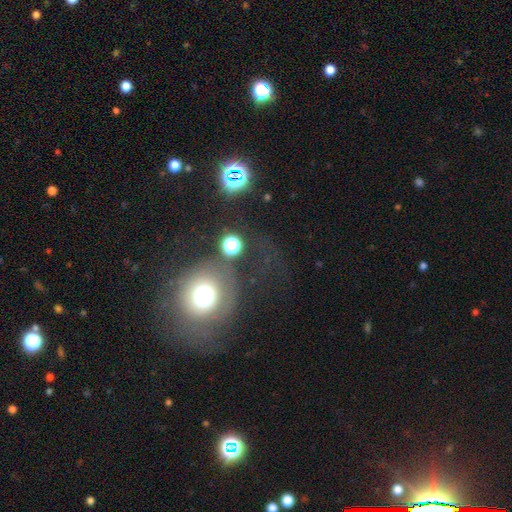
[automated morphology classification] Smooth or featured?
  - smooth: 55% *
  - star or artifact: 30%
  - featured or disk: 15%
How rounded?
  - round: 79% *
  - in between: 20%
  - cigar-shaped: 1%
Merging?
  - none: 58% *
  - minor disturbance: 16%
  - major disturbance: 16%
  - merger: 10%